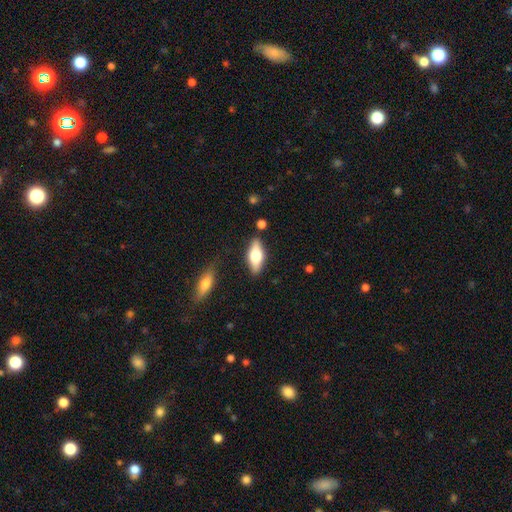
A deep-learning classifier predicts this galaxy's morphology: Q: Smooth or featured?
A: smooth (60%); runner-up: featured or disk (34%)
Q: How rounded?
A: in between (76%); runner-up: cigar-shaped (22%)
Q: Merging?
A: none (82%); runner-up: minor disturbance (11%)